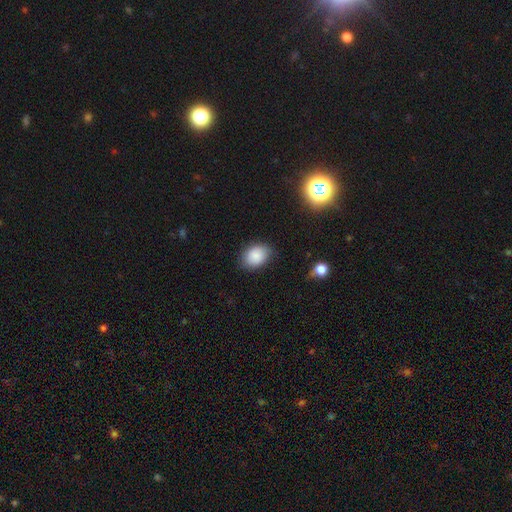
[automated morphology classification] smooth 87%, star or artifact 8%, featured or disk 5%. Down the decision tree: how rounded — in between (70%); merging — none (79%).